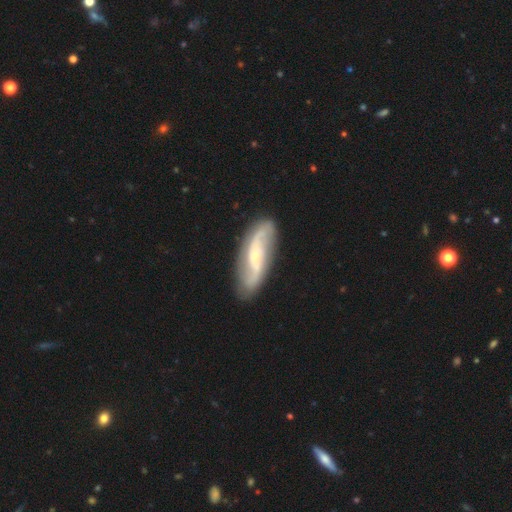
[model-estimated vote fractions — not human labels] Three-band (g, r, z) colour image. It shows a featured or disk galaxy (78%) with a weak bar (40%), 2 (86%) loose (52%) spiral arms (93%) and a small central bulge (62%). Merging: none (82%).